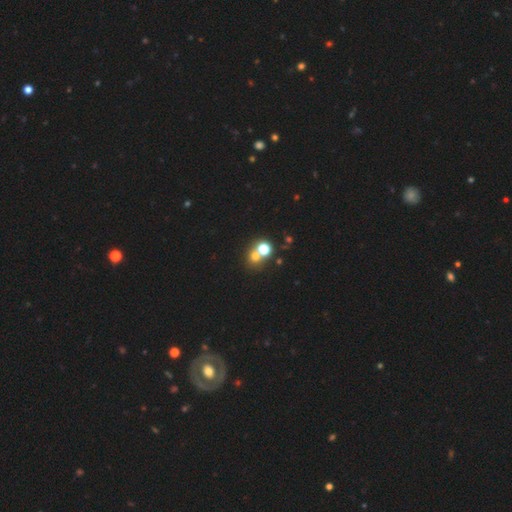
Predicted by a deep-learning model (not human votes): Morphology: type=smooth (64%); roundness=round (81%); merging=none (50%).